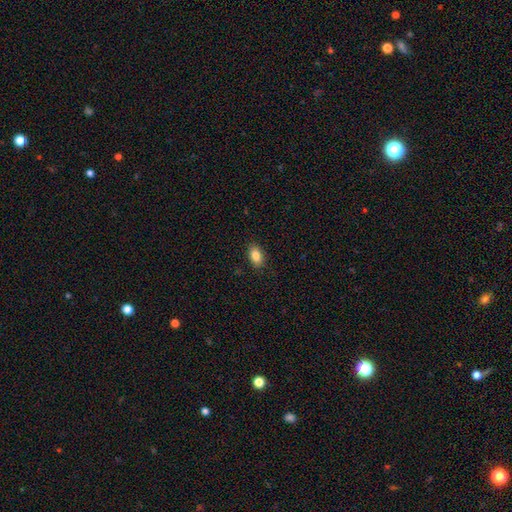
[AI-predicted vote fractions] This appears to be a smooth galaxy with no disk features (85%) that is in between round and cigar-shaped (87%). Merging: none (88%).